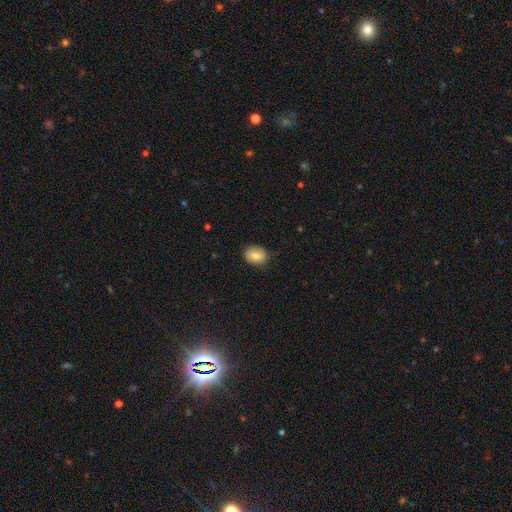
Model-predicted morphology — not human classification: A smooth galaxy with no disk features (78%) that is in between round and cigar-shaped (60%). Merging: none (77%).